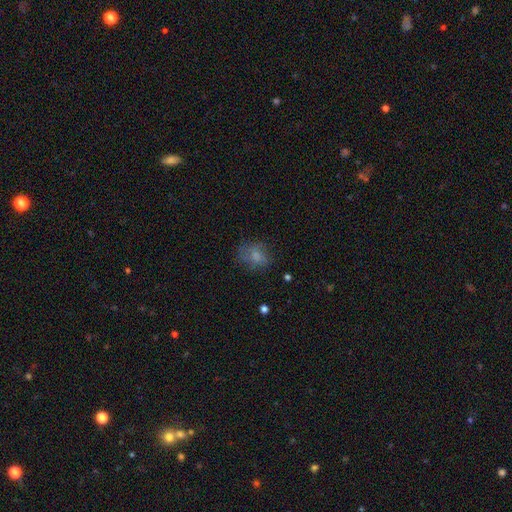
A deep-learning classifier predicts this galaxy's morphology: Q: Smooth or featured?
A: smooth (69%); runner-up: featured or disk (19%)
Q: How rounded?
A: in between (52%); runner-up: round (47%)
Q: Merging?
A: none (59%); runner-up: minor disturbance (23%)